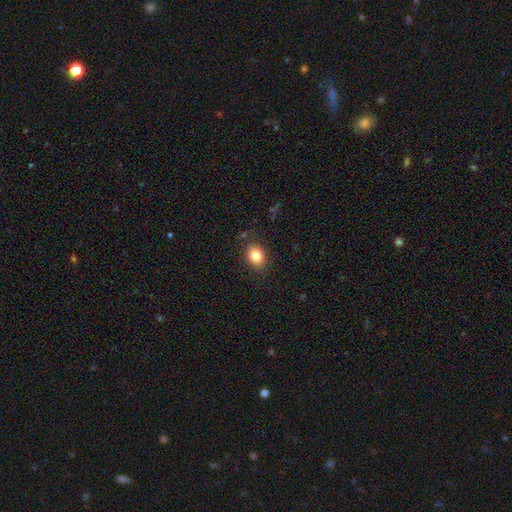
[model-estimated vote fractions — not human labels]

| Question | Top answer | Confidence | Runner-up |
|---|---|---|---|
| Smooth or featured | smooth | 83% | star or artifact (9%) |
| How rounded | in between | 65% | round (35%) |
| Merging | none | 84% | minor disturbance (11%) |